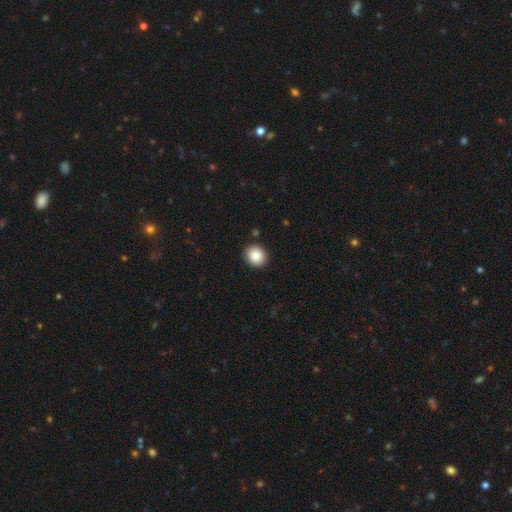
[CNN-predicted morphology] smooth-or-featured: smooth: 85% | star or artifact: 8% | featured or disk: 6%
  how-rounded: round: 74% | in between: 25% | cigar-shaped: 1%
  merging: none: 90% | minor disturbance: 7% | major disturbance: 2% | merger: 2%